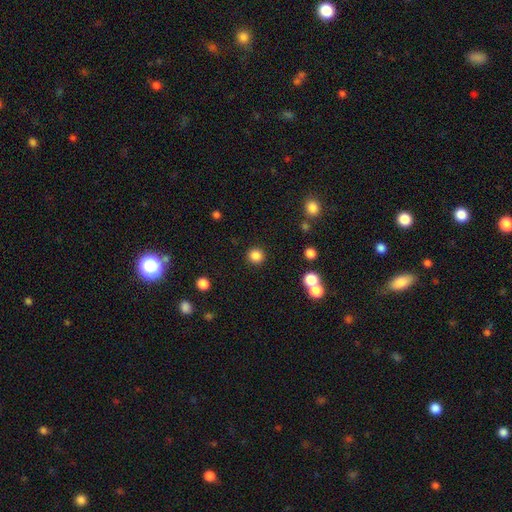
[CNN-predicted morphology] This is clearly a smooth galaxy (84%). How rounded: clearly round (93%). Merging: clearly none (91%).